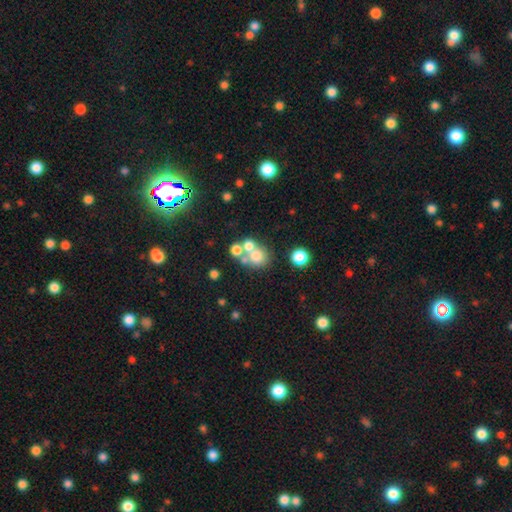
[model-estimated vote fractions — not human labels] Overall: smooth (65%). How rounded: round (82%). Merging: merger (44%; none 42%).